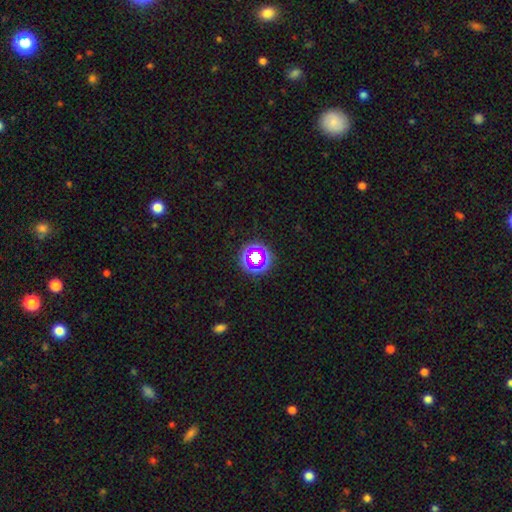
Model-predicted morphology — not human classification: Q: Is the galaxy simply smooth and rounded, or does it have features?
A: star or artifact — 47%.